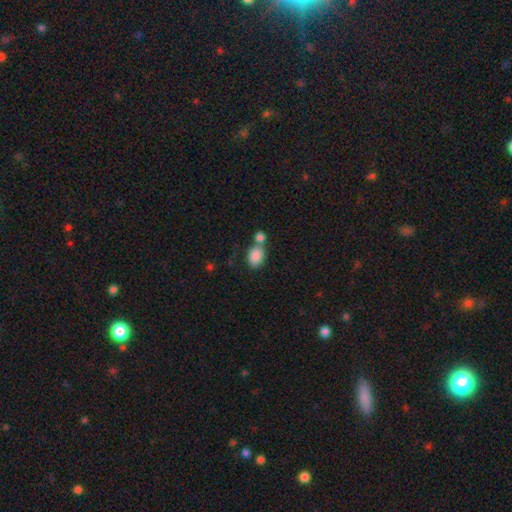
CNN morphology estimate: The model was most divided on "merging": none: 44%, merger: 41%, minor disturbance: 11%, major disturbance: 4%. More confident: smooth or featured — smooth (86%); how rounded — in between (79%).